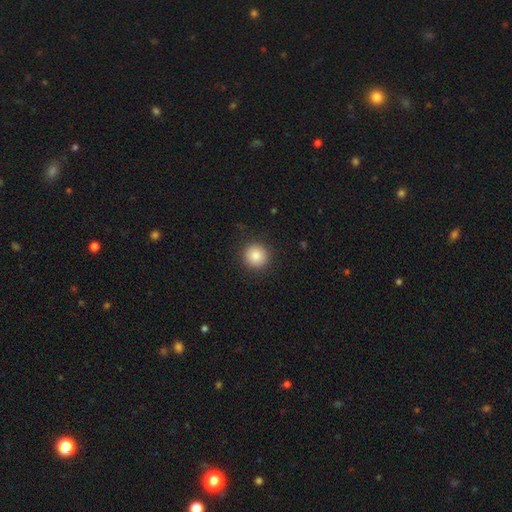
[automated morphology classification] Q: Smooth or featured?
A: smooth (85%); runner-up: star or artifact (9%)
Q: How rounded?
A: round (94%); runner-up: in between (5%)
Q: Merging?
A: none (91%); runner-up: minor disturbance (6%)